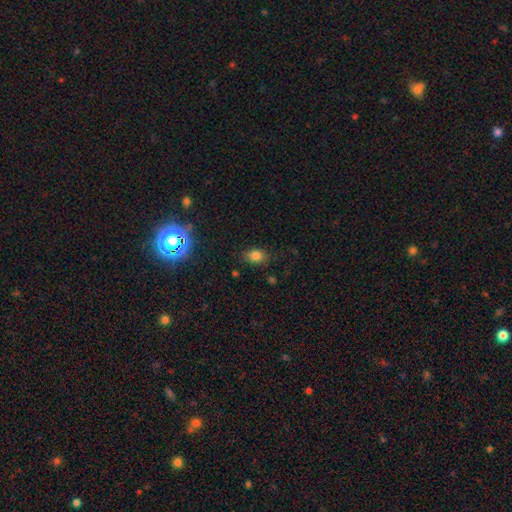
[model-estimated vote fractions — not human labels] smooth 79%, star or artifact 15%, featured or disk 7%. Down the decision tree: how rounded — in between (65%); merging — none (79%).